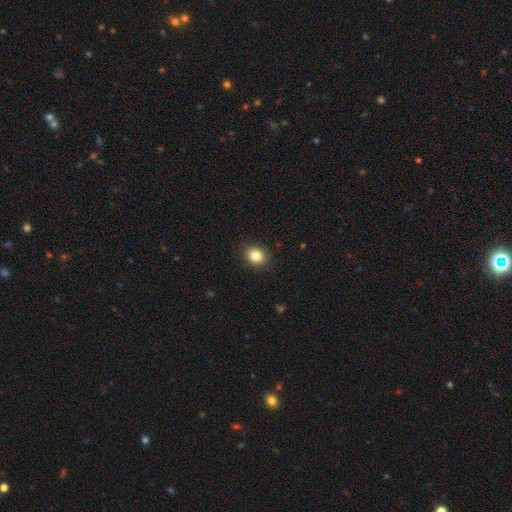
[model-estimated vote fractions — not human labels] smooth_or_featured: smooth (p=0.84) [alt: star or artifact p=0.10]
how_rounded: round (p=0.60) [alt: in between p=0.39]
merging: none (p=0.90) [alt: minor disturbance p=0.07]